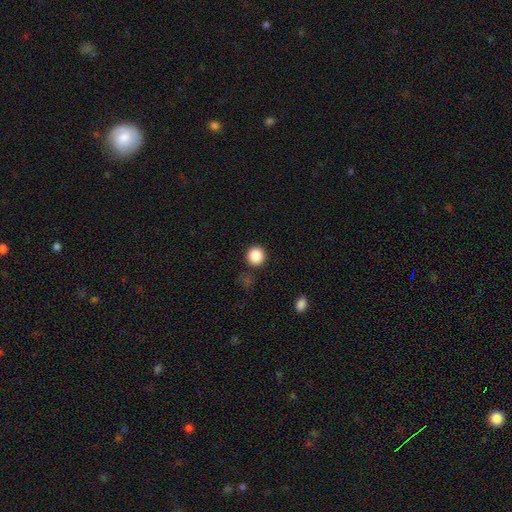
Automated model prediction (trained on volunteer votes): A smooth galaxy with no disk features (88%) that is round (93%). Merging: none (89%).